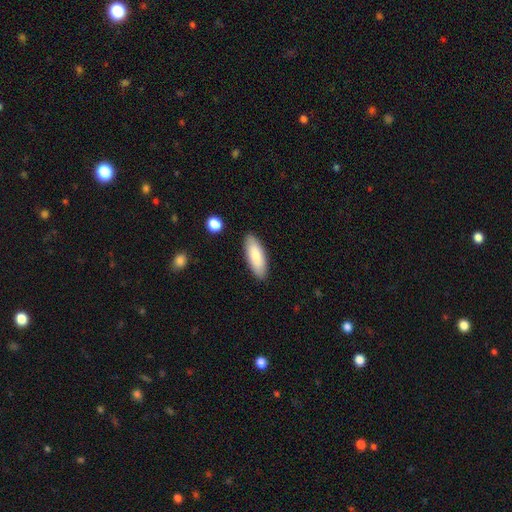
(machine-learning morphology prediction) smooth_or_featured: smooth (p=0.85) [alt: featured or disk p=0.10]
how_rounded: in between (p=0.68) [alt: cigar-shaped p=0.30]
merging: none (p=0.88) [alt: minor disturbance p=0.09]